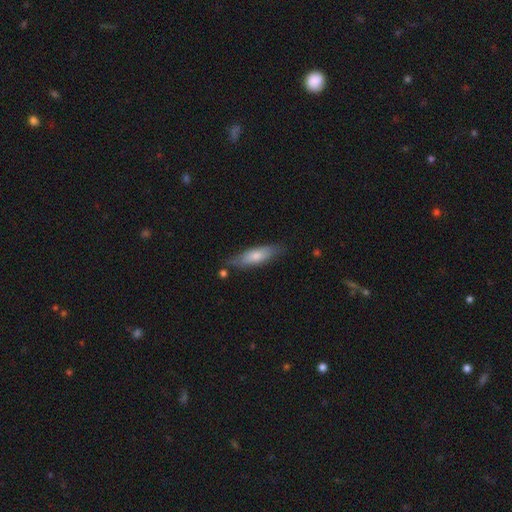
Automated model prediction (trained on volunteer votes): Morphology: type=smooth (64%); roundness=cigar-shaped (59%); merging=none (77%).